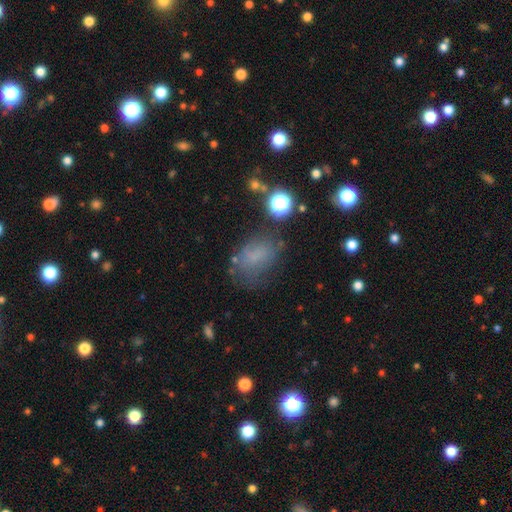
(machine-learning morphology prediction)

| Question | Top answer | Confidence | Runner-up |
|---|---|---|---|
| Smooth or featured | smooth | 61% | star or artifact (20%) |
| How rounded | in between | 74% | round (24%) |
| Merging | none | 51% | minor disturbance (25%) |